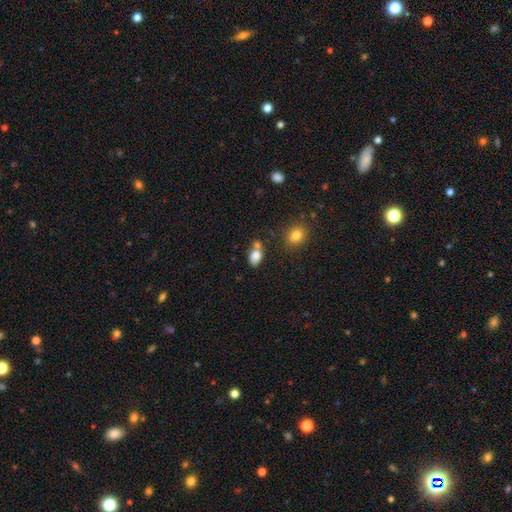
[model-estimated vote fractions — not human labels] smooth-or-featured: smooth: 82% | star or artifact: 9% | featured or disk: 8%
  how-rounded: in between: 81% | round: 17% | cigar-shaped: 2%
  merging: none: 50% | merger: 29% | minor disturbance: 16% | major disturbance: 5%